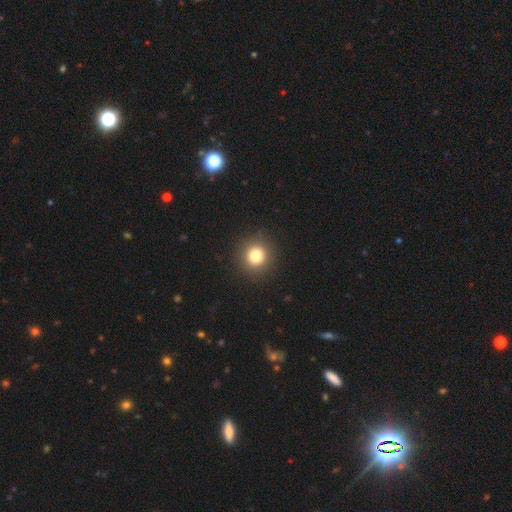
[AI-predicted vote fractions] smooth_or_featured: smooth (p=0.79) [alt: star or artifact p=0.12]
how_rounded: round (p=0.92) [alt: in between p=0.07]
merging: none (p=0.91) [alt: minor disturbance p=0.06]